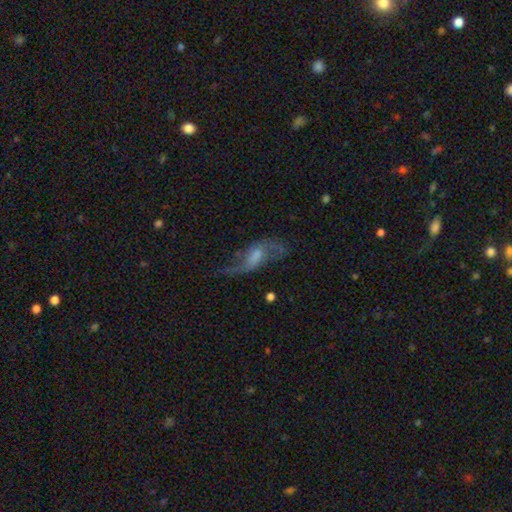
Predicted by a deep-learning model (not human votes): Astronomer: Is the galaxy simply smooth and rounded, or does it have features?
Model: featured or disk — 74%.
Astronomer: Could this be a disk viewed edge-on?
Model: no — 91%.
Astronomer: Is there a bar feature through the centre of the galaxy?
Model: weak — 46% (runner-up: no, 40%).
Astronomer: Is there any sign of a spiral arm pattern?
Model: yes — 88%.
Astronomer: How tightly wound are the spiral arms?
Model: loose — 79%.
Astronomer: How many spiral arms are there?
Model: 2 — 85%.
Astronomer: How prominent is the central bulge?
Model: moderate — 37% (runner-up: small, 36%).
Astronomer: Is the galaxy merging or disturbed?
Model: none — 54%.